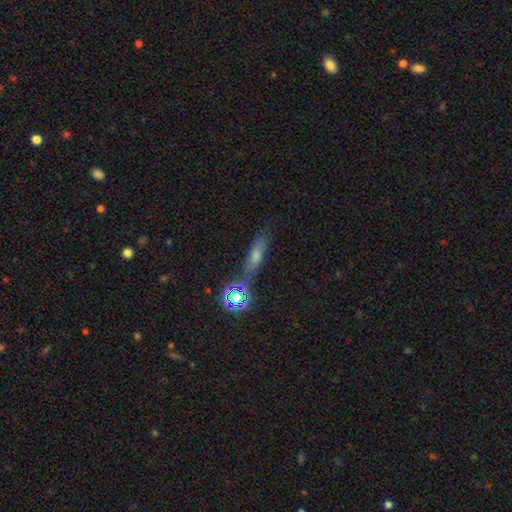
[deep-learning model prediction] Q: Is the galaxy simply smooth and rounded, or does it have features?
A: smooth — 45%.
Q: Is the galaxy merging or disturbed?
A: none — 67%.